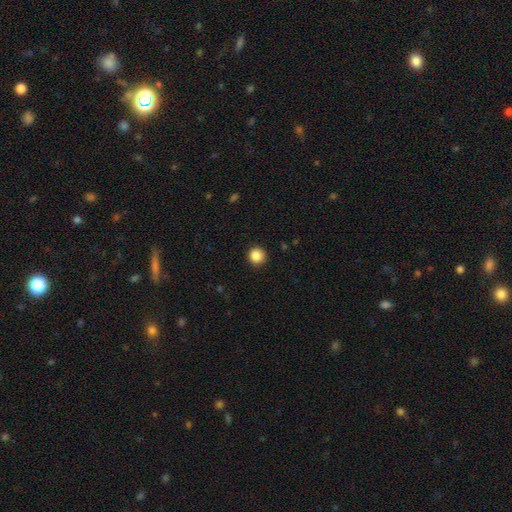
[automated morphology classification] Q: Smooth or featured?
A: smooth (86%); runner-up: star or artifact (10%)
Q: How rounded?
A: round (94%); runner-up: in between (5%)
Q: Merging?
A: none (91%); runner-up: minor disturbance (6%)